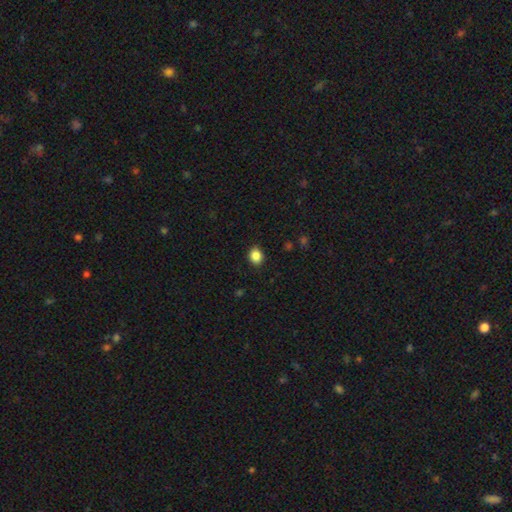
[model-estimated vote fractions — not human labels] This appears to be a smooth galaxy with no disk features (87%) that is round (58%). Merging: none (89%).